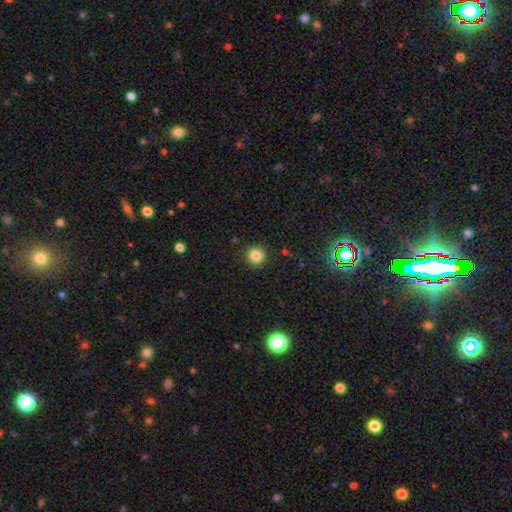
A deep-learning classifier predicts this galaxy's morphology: A smooth galaxy with no disk features (84%) that is round (94%). Merging: none (90%).